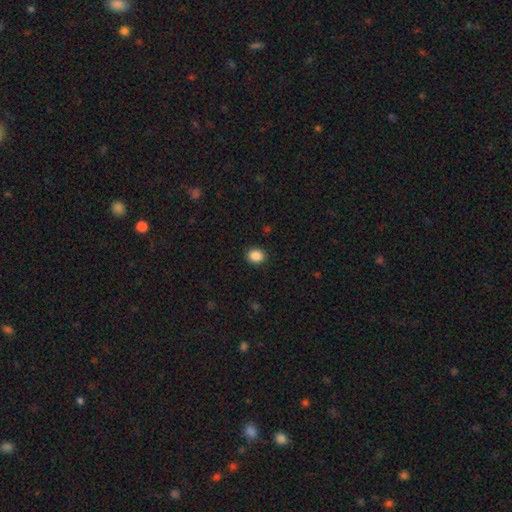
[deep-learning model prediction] smooth 88%, star or artifact 9%, featured or disk 3%. Down the decision tree: how rounded — round (65%); merging — none (91%).